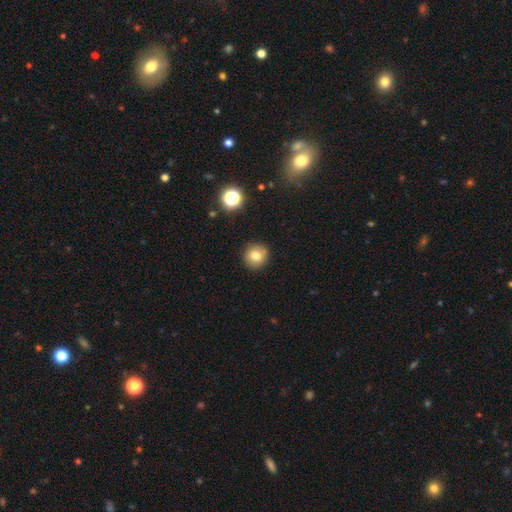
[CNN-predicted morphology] A smooth galaxy with no disk features (77%) that is round (92%).

Vote fractions:
- Smooth or featured? smooth: 77% / star or artifact: 12% / featured or disk: 10%
- How rounded? round: 92% / in between: 7% / cigar-shaped: 1%
- Merging? none: 89% / minor disturbance: 7% / major disturbance: 2% / merger: 2%